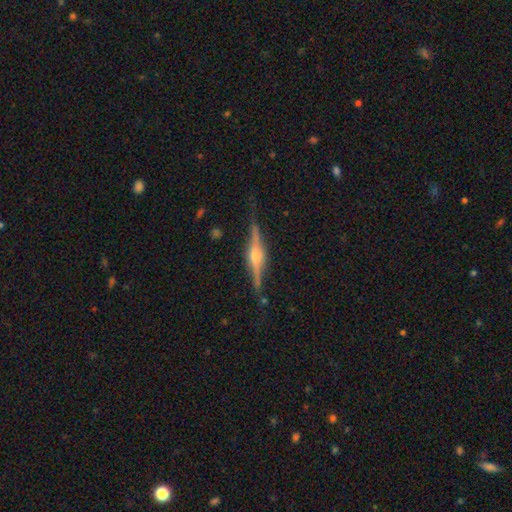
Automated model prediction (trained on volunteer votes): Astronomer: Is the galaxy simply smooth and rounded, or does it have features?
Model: featured or disk — 87%.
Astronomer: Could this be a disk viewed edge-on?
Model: yes — 98%.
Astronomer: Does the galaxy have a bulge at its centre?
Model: rounded — 87%.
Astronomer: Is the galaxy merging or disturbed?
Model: none — 86%.